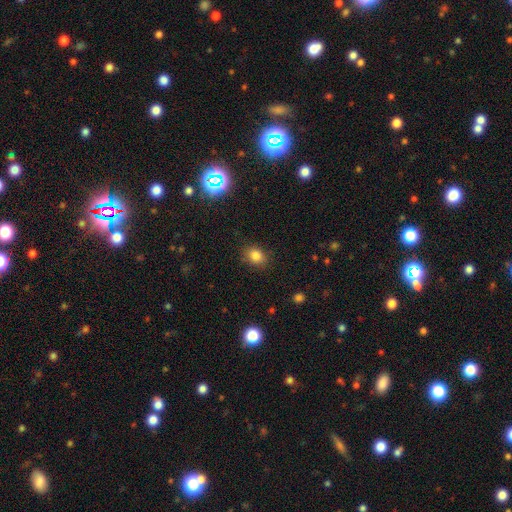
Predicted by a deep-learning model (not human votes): smooth_or_featured: smooth (p=0.82) [alt: star or artifact p=0.13]
how_rounded: round (p=0.53) [alt: in between p=0.46]
merging: none (p=0.84) [alt: minor disturbance p=0.11]